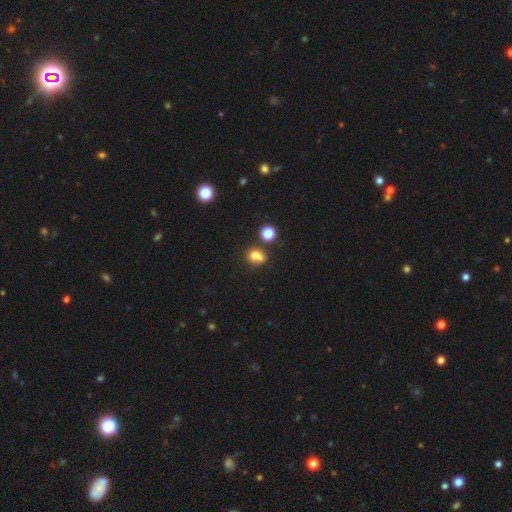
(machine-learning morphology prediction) type=smooth (73%); roundness=round (70%); merging=none (43%).